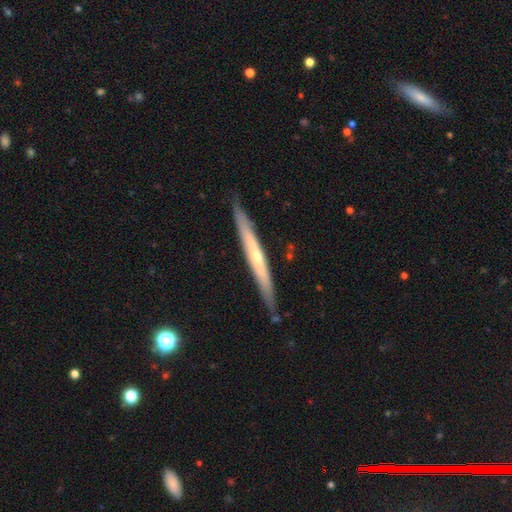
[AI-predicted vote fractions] Smooth or featured?
  - featured or disk: 60% *
  - smooth: 35%
  - star or artifact: 5%
Edge-on disk?
  - yes: 95% *
  - no: 5%
Edge-on bulge?
  - none: 48% * (tied)
  - rounded: 48% * (tied)
  - boxy: 4%
Merging?
  - none: 85% *
  - minor disturbance: 11%
  - major disturbance: 2%
  - merger: 1%